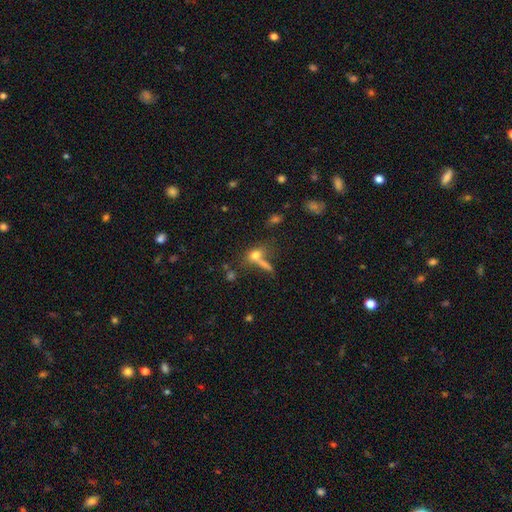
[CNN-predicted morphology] A smooth galaxy with no disk features (50%).

Vote fractions:
- Smooth or featured? smooth: 50% / star or artifact: 29% / featured or disk: 21%
- Merging? none: 48% / merger: 32% / minor disturbance: 11% / major disturbance: 9%